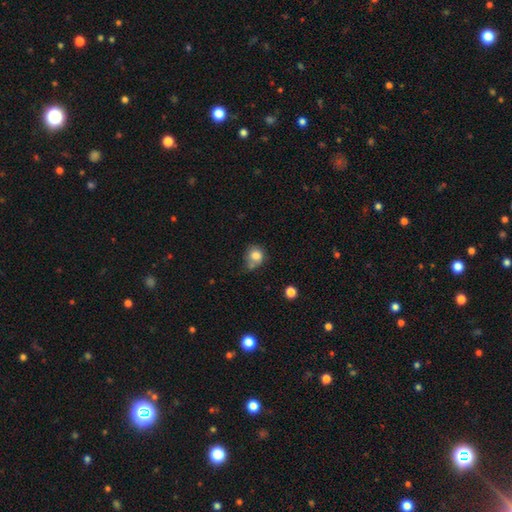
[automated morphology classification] type=smooth (80%); roundness=round (79%); merging=none (50%).